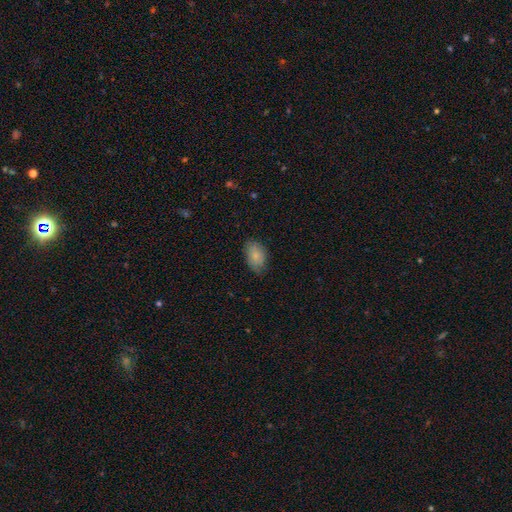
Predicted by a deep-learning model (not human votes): Q: Smooth or featured?
A: smooth (84%); runner-up: featured or disk (9%)
Q: How rounded?
A: in between (88%); runner-up: round (11%)
Q: Merging?
A: none (75%); runner-up: minor disturbance (21%)